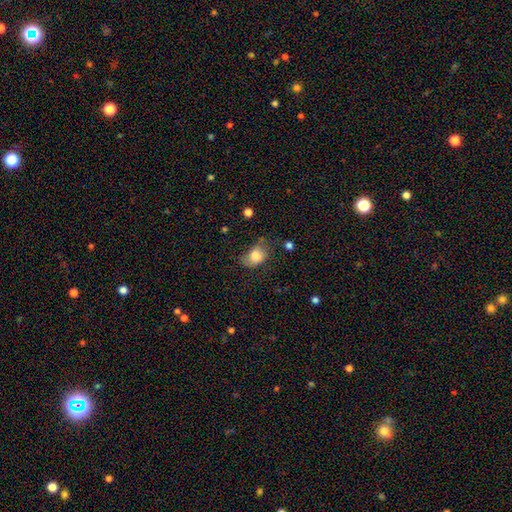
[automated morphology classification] Smooth or featured? smooth (77%)
How rounded? in between (79%)
Merging? none (43%)